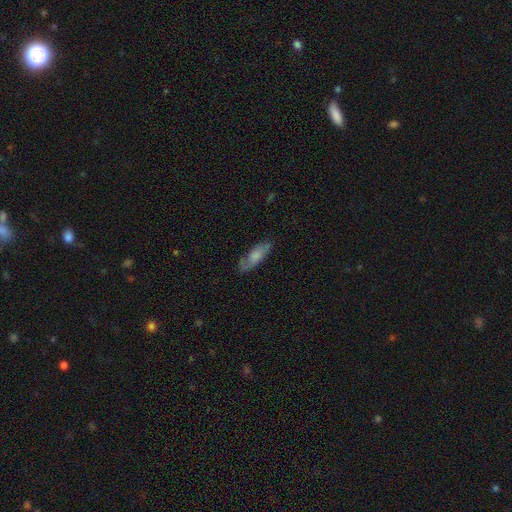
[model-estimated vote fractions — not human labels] smooth 65%, featured or disk 28%, star or artifact 7%. Down the decision tree: how rounded — in between (60%); merging — none (67%).